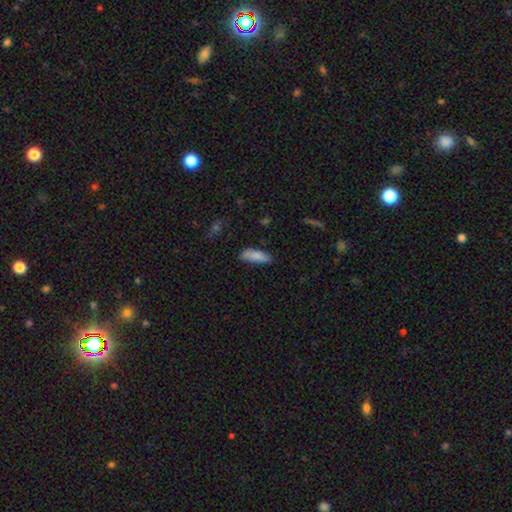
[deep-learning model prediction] Smooth or featured? Predicted: smooth (p=0.84). How rounded? Predicted: in between (p=0.63). Merging? Predicted: none (p=0.66).